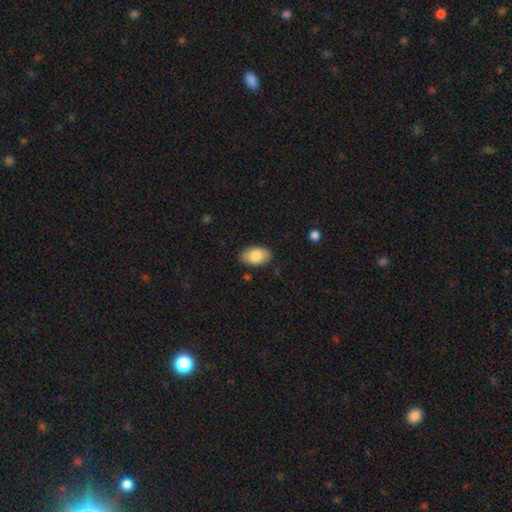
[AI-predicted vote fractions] Overall: smooth (84%). How rounded: in between (93%). Merging: none (86%).